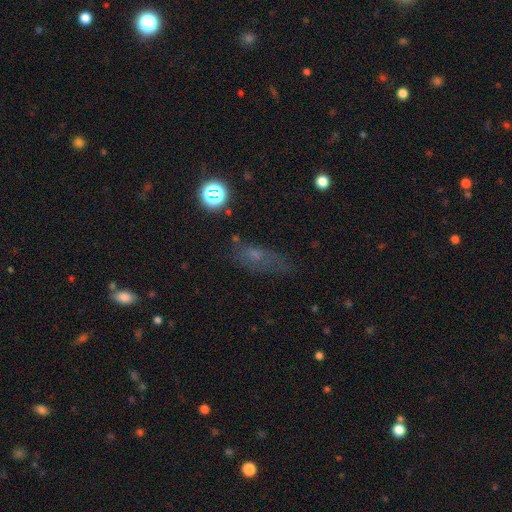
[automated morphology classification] Q: Smooth or featured?
A: smooth (48%); runner-up: featured or disk (28%)
Q: Merging?
A: none (56%); runner-up: minor disturbance (25%)